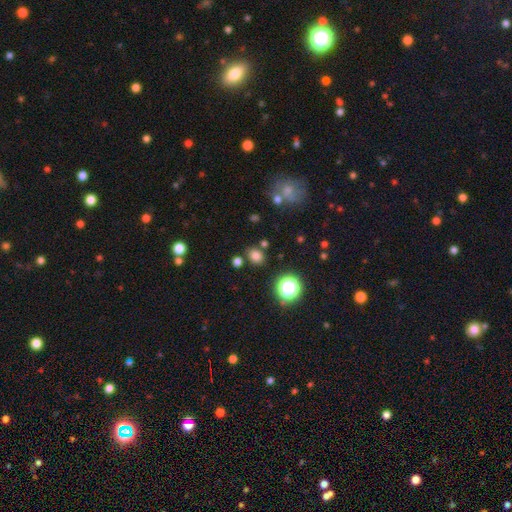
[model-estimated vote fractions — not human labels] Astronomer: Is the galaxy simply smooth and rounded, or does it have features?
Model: smooth — 75%.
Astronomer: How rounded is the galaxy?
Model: round — 58% (runner-up: in between, 41%).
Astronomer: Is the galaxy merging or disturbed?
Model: none — 81%.